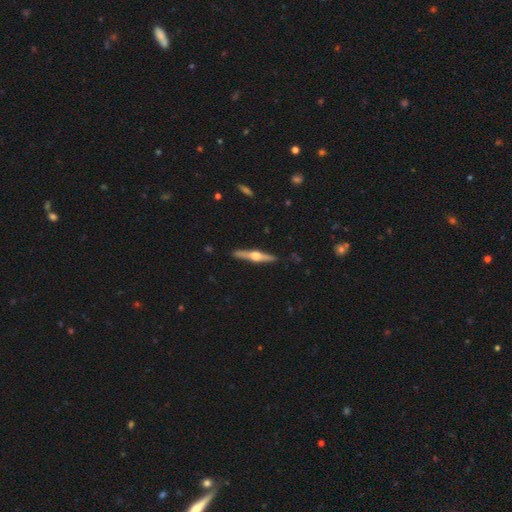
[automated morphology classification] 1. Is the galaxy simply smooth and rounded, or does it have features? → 77% featured or disk, 18% smooth, 5% star or artifact.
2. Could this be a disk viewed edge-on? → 98% yes, 2% no.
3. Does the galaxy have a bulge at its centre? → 95% rounded, 3% boxy, 2% none.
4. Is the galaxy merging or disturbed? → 91% none, 6% minor disturbance, 1% major disturbance, 1% merger.